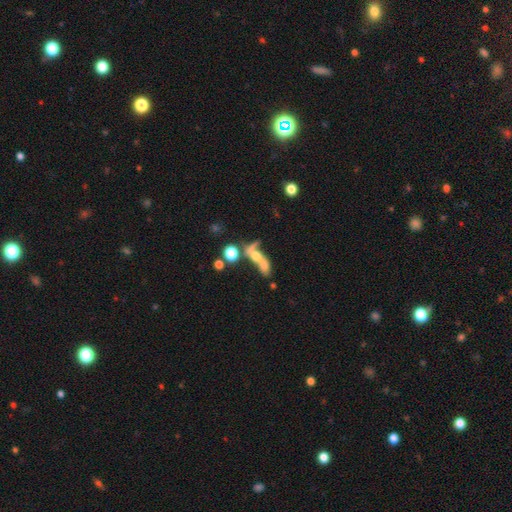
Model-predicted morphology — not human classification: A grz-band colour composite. It shows a featured or disk galaxy (44%). Merging: merger (63%).